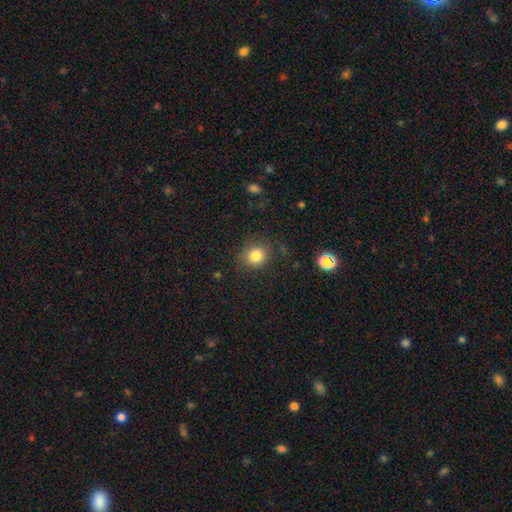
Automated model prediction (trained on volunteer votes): smooth 82%, star or artifact 11%, featured or disk 6%. Down the decision tree: how rounded — round (84%); merging — none (81%).